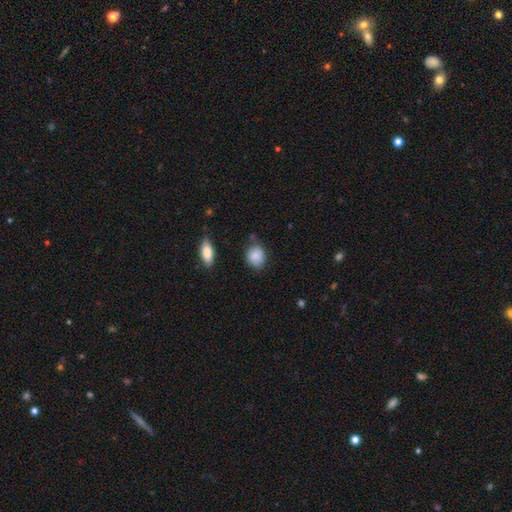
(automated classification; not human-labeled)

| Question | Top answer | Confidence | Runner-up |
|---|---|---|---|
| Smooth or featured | smooth | 86% | star or artifact (7%) |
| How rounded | round | 52% | in between (46%) |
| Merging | none | 70% | minor disturbance (22%) |